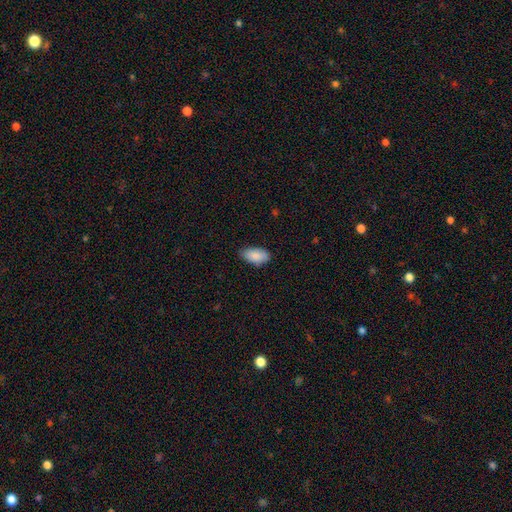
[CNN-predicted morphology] This appears to be a smooth galaxy with no disk features (88%) that is in between round and cigar-shaped (94%). Merging: none (78%).